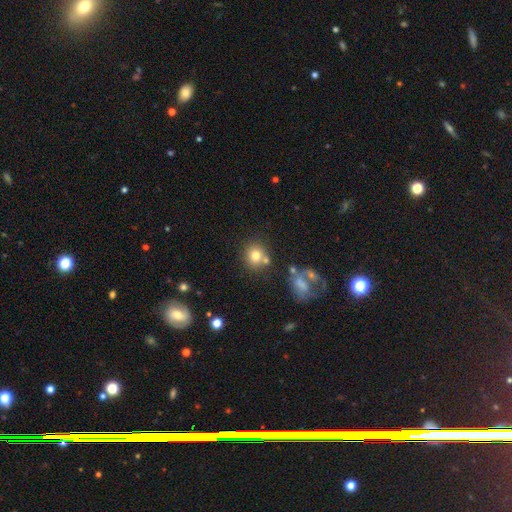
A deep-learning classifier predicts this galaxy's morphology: Smooth or featured: smooth — 76% (featured or disk — 12%)
How rounded: round — 84% (in between — 15%)
Merging: none — 65% (merger — 19%)